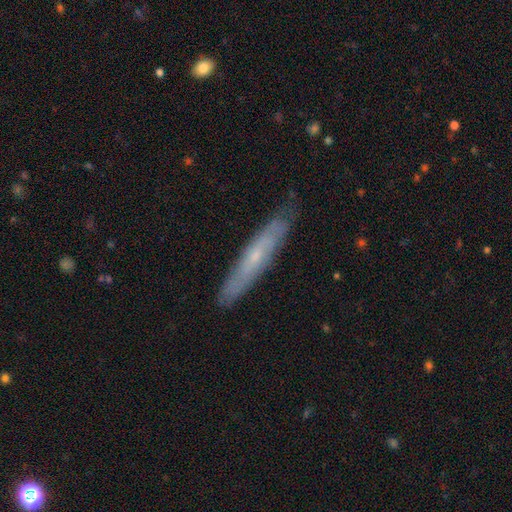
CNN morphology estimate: Smooth or featured?
  - featured or disk: 55% *
  - smooth: 38%
  - star or artifact: 7%
Edge-on disk?
  - yes: 67% *
  - no: 33%
Merging?
  - none: 80% *
  - minor disturbance: 16%
  - major disturbance: 2%
  - merger: 1%